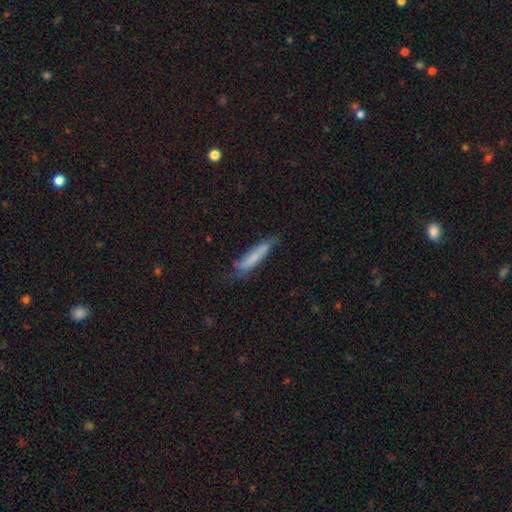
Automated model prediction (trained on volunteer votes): Smooth or featured?
  - smooth: 64% *
  - featured or disk: 29%
  - star or artifact: 7%
How rounded?
  - cigar-shaped: 84% *
  - in between: 15%
  - round: 2%
Merging?
  - none: 56% *
  - minor disturbance: 29%
  - major disturbance: 12%
  - merger: 3%